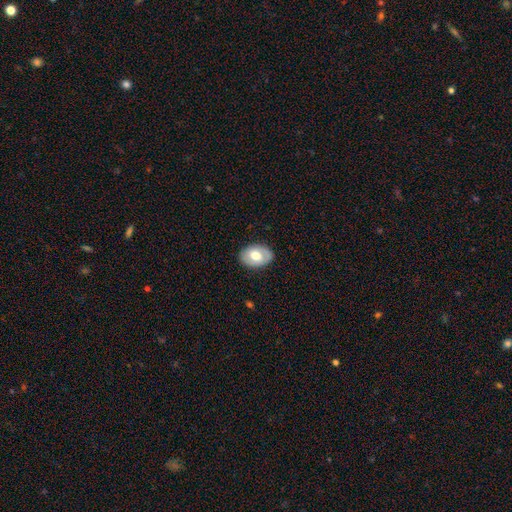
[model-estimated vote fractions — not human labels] smooth_or_featured: smooth (p=0.62) [alt: featured or disk p=0.31]
how_rounded: in between (p=0.82) [alt: round p=0.17]
merging: none (p=0.86) [alt: minor disturbance p=0.10]